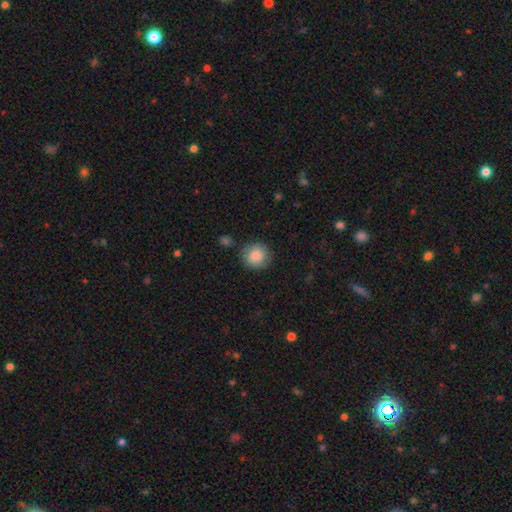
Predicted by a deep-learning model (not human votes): Q: Smooth or featured?
A: smooth (85%); runner-up: star or artifact (7%)
Q: How rounded?
A: round (90%); runner-up: in between (9%)
Q: Merging?
A: none (81%); runner-up: minor disturbance (13%)